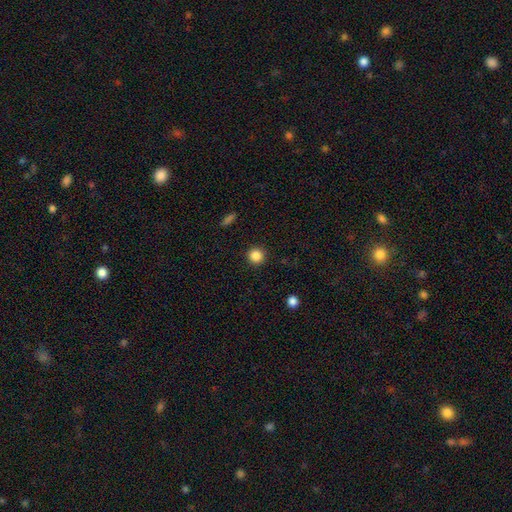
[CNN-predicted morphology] Overall: smooth (86%). How rounded: round (93%). Merging: none (92%).